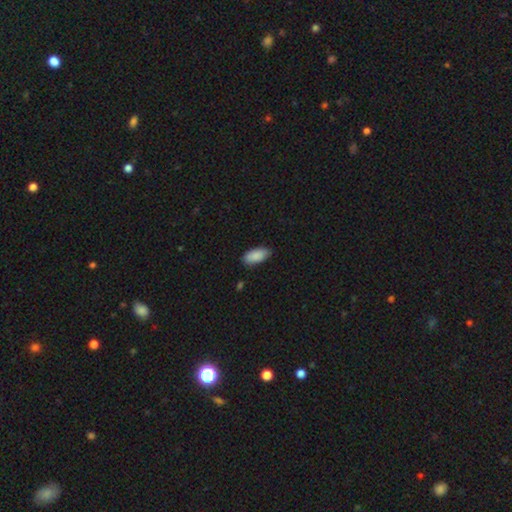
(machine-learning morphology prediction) Overall: smooth (90%). How rounded: in between (91%). Merging: none (81%).